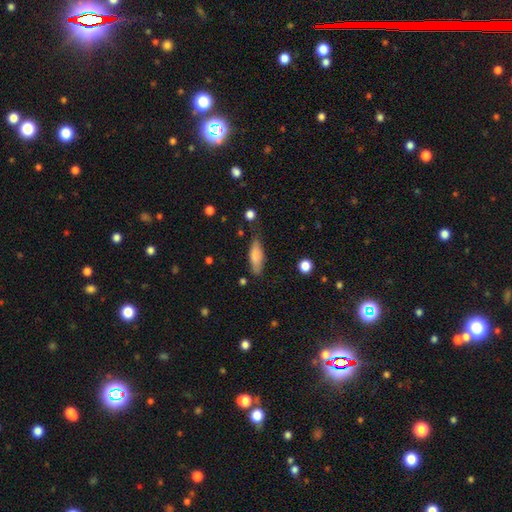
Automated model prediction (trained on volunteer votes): Smooth or featured? Predicted: smooth (p=0.80). How rounded? Predicted: in between (p=0.60). Merging? Predicted: none (p=0.71).